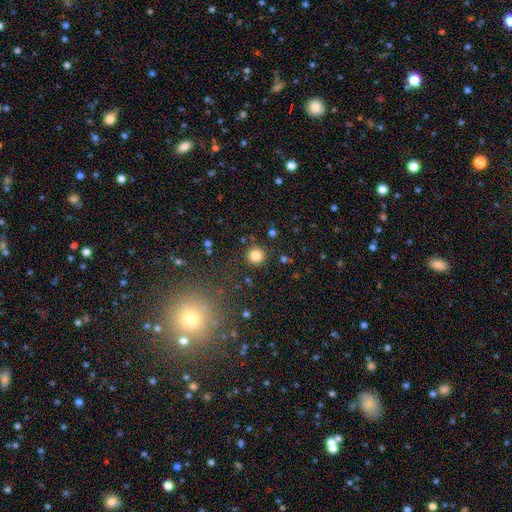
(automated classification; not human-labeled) A smooth galaxy with no disk features (83%) that is round (94%). Merging: none (89%).